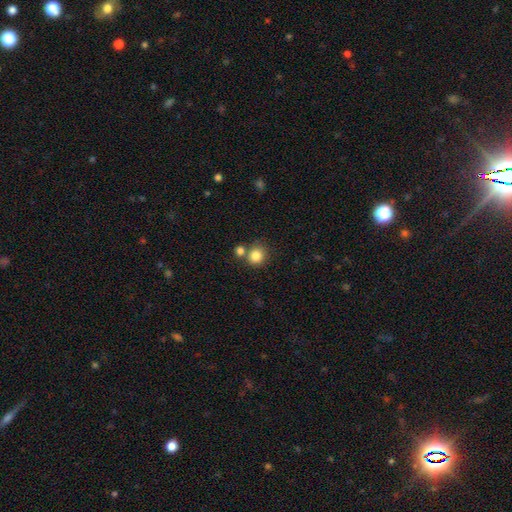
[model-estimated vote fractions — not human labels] This is clearly a smooth galaxy (84%). How rounded: clearly round (85%). Merging: likely none (62%).